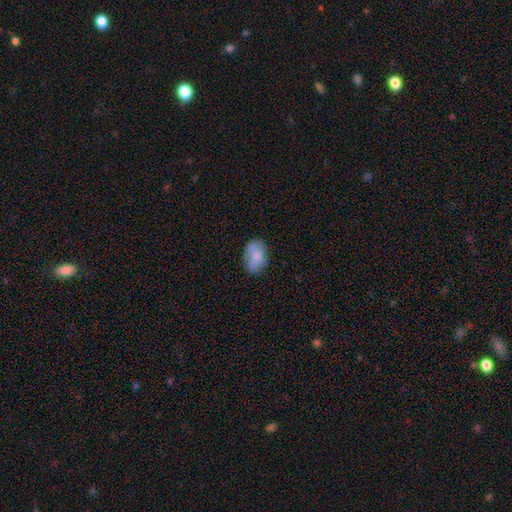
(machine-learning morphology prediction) Smooth or featured?
  - smooth: 71% *
  - featured or disk: 21%
  - star or artifact: 8%
How rounded?
  - in between: 87% *
  - round: 12%
  - cigar-shaped: 2%
Merging?
  - none: 56% *
  - minor disturbance: 27%
  - major disturbance: 10%
  - merger: 7%